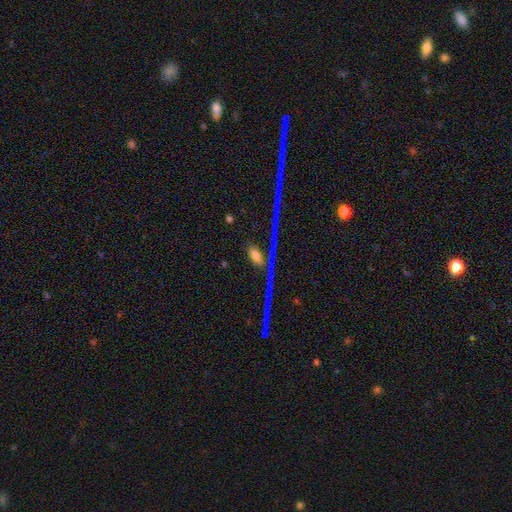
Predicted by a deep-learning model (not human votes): Q: Smooth or featured?
A: smooth (51%); runner-up: star or artifact (31%)
Q: How rounded?
A: in between (81%); runner-up: round (11%)
Q: Merging?
A: none (73%); runner-up: minor disturbance (13%)